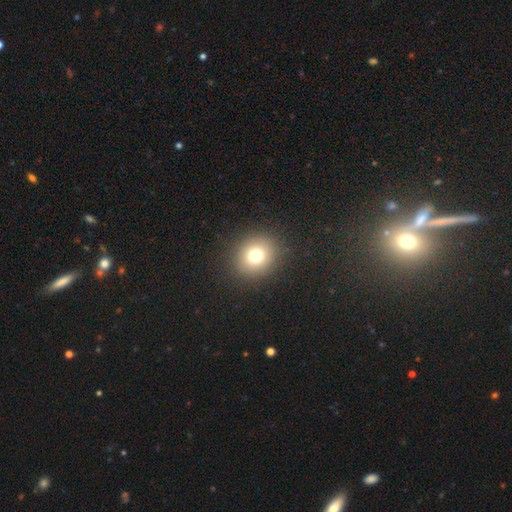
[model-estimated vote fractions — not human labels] Smooth or featured?
  - smooth: 76% *
  - star or artifact: 14%
  - featured or disk: 10%
How rounded?
  - round: 77% *
  - in between: 22%
  - cigar-shaped: 1%
Merging?
  - none: 89% *
  - minor disturbance: 7%
  - major disturbance: 3%
  - merger: 1%